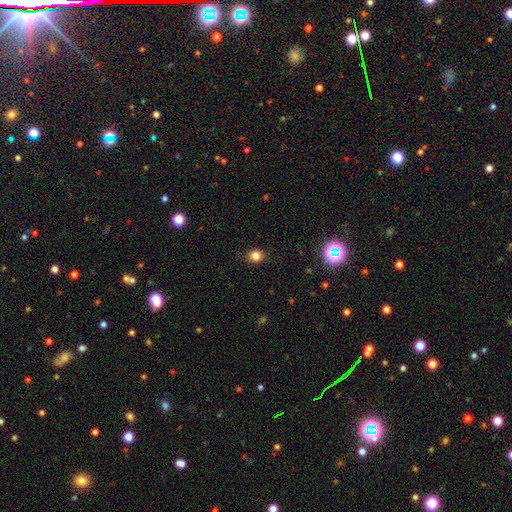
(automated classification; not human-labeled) Morphology: type=smooth (81%); roundness=round (70%); merging=none (84%).